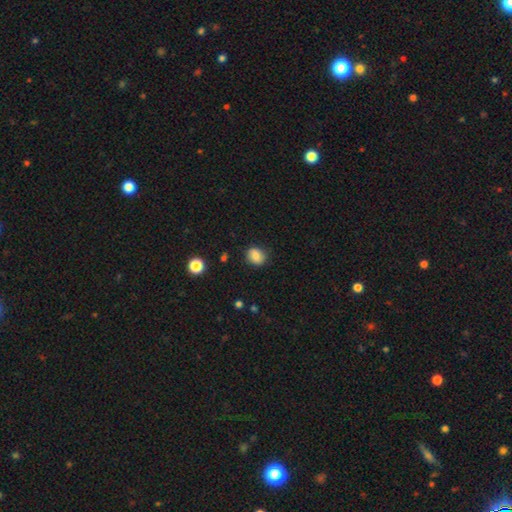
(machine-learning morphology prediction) Overall: smooth (82%). How rounded: round (64%; in between 35%). Merging: none (80%).